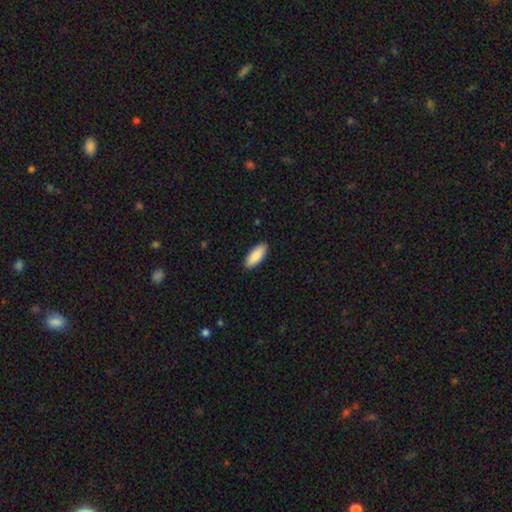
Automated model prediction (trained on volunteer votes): smooth-or-featured: smooth: 90% | star or artifact: 5% | featured or disk: 4%
  how-rounded: in between: 82% | cigar-shaped: 17% | round: 2%
  merging: none: 90% | minor disturbance: 7% | major disturbance: 2% | merger: 1%